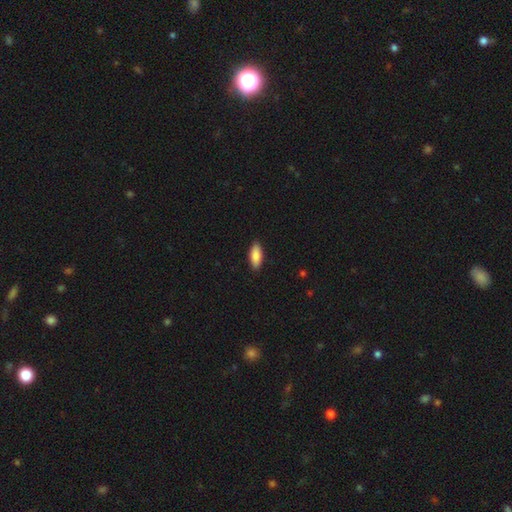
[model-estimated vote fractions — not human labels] smooth 87%, featured or disk 8%, star or artifact 6%. Down the decision tree: how rounded — in between (77%); merging — none (89%).